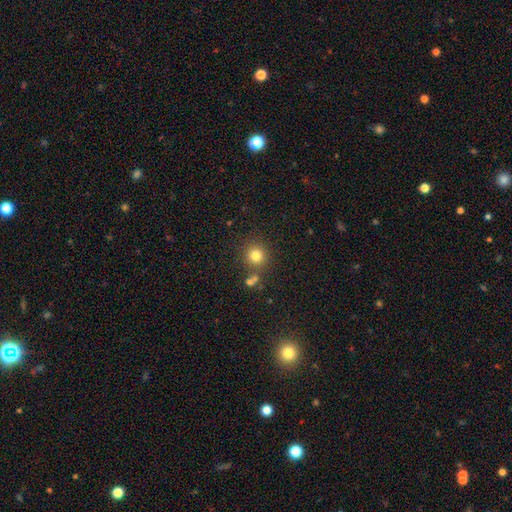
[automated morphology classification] smooth-or-featured: smooth: 80% | star or artifact: 14% | featured or disk: 6%
  how-rounded: round: 92% | in between: 7% | cigar-shaped: 1%
  merging: none: 78% | merger: 11% | minor disturbance: 8% | major disturbance: 3%